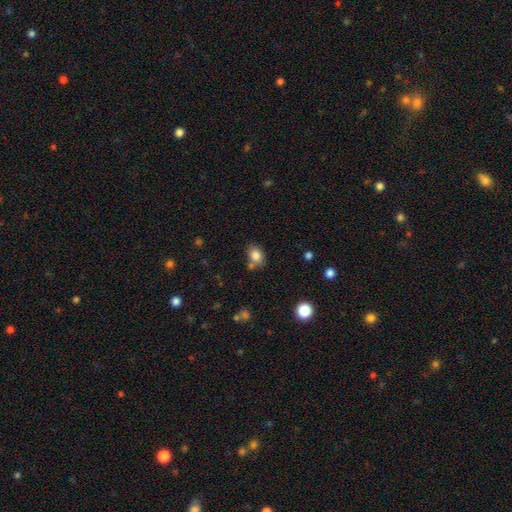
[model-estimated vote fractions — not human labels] The model was most divided on "how rounded": in between: 67%, round: 31%, cigar-shaped: 1%. More confident: smooth or featured — smooth (82%); merging — none (63%).